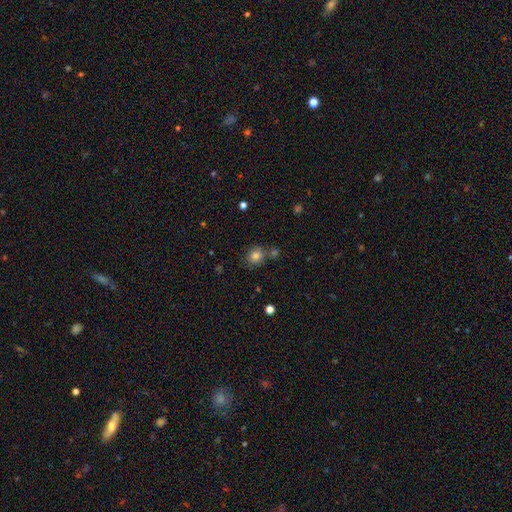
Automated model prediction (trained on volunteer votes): A smooth galaxy with no disk features (82%) that is round (81%). Merging: none (72%).